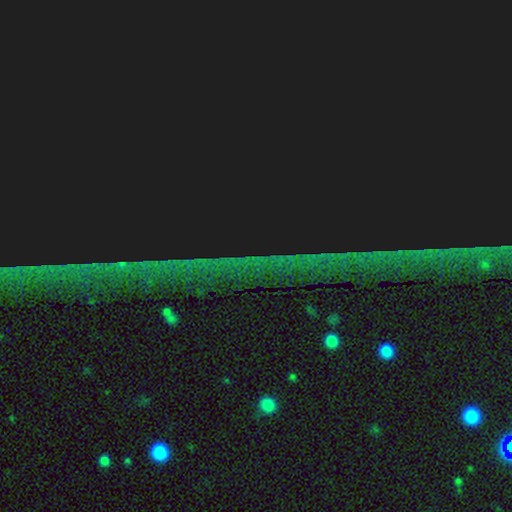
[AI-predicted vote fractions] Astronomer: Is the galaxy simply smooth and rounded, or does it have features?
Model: star or artifact — 84%.